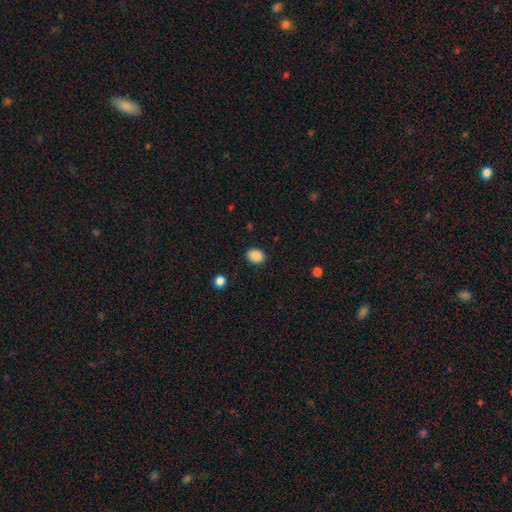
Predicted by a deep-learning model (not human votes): Smooth or featured? Predicted: smooth (p=0.88). How rounded? Predicted: in between (p=0.58). Merging? Predicted: none (p=0.87).